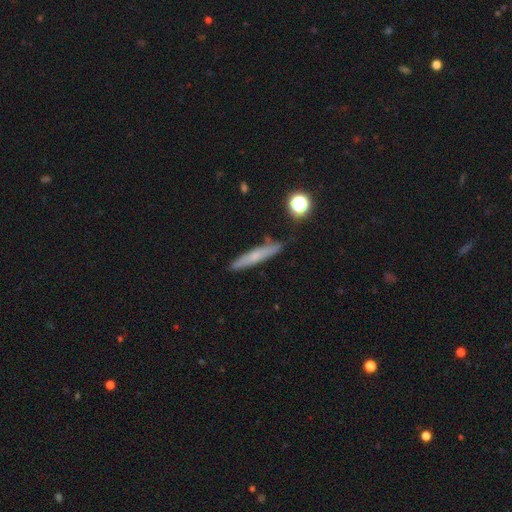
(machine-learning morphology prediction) This is possibly a smooth galaxy (57%). How rounded: clearly cigar-shaped (92%). Merging: clearly none (84%).